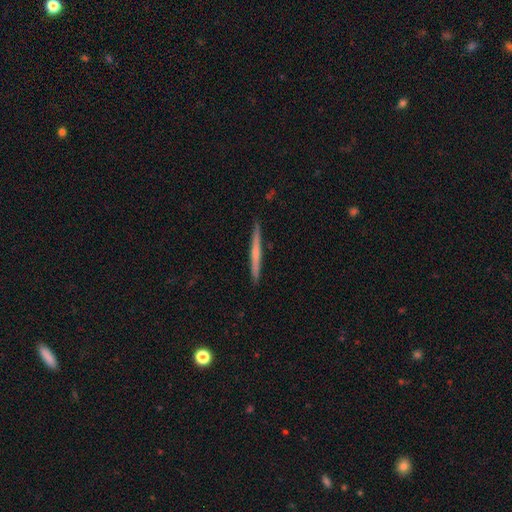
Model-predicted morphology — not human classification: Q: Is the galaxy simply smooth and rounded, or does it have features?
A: smooth — 49%.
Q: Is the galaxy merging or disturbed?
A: none — 90%.